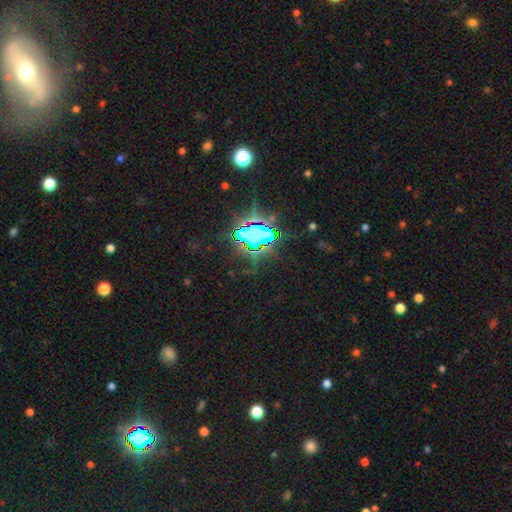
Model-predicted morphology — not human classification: A star or artifact, not a galaxy (74%).

Vote fractions:
- Smooth or featured? star or artifact: 74% / smooth: 15% / featured or disk: 11%